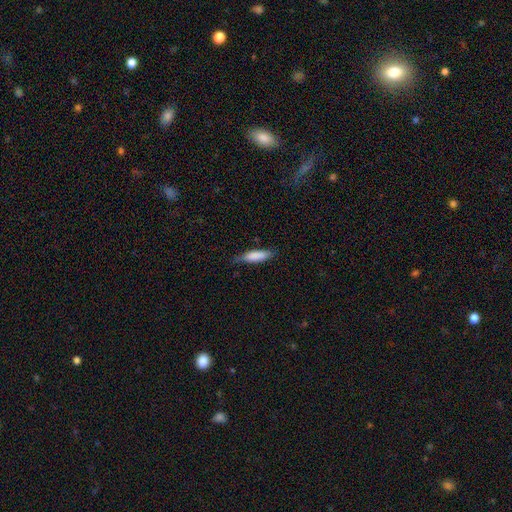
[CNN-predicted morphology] A smooth galaxy with no disk features (82%) that is cigar-shaped (61%). Merging: none (66%).